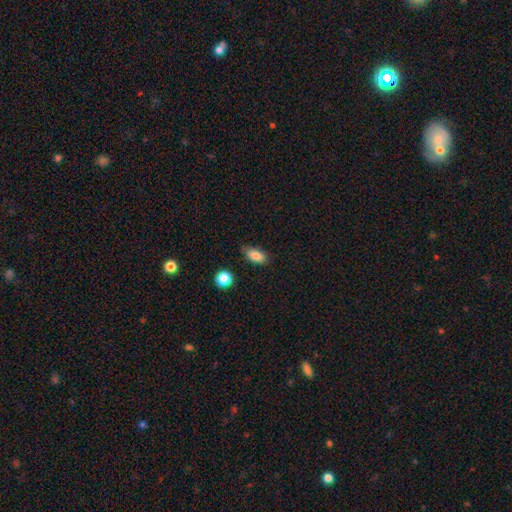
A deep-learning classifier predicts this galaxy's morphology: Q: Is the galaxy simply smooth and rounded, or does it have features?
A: smooth — 84%.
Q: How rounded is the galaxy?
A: in between — 87%.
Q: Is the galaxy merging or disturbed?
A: none — 75%.